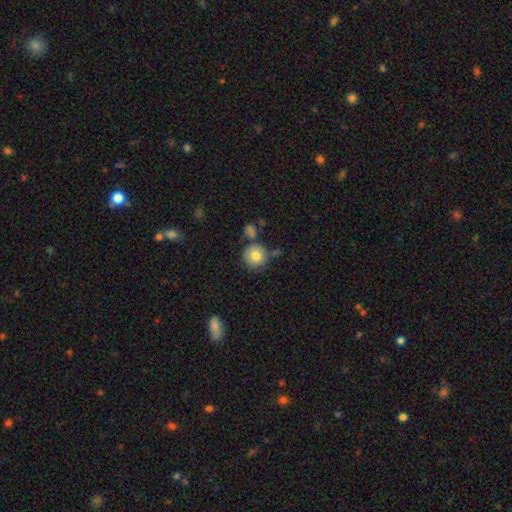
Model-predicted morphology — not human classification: Smooth or featured? smooth (79%)
How rounded? round (92%)
Merging? none (69%)